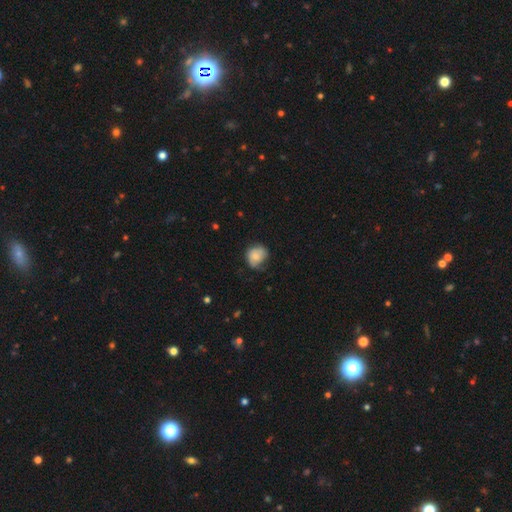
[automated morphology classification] A smooth galaxy with no disk features (68%) that is round (69%).

Vote fractions:
- Smooth or featured? smooth: 68% / featured or disk: 24% / star or artifact: 8%
- How rounded? round: 69% / in between: 30% / cigar-shaped: 1%
- Merging? none: 53% / minor disturbance: 33% / major disturbance: 13% / merger: 1%